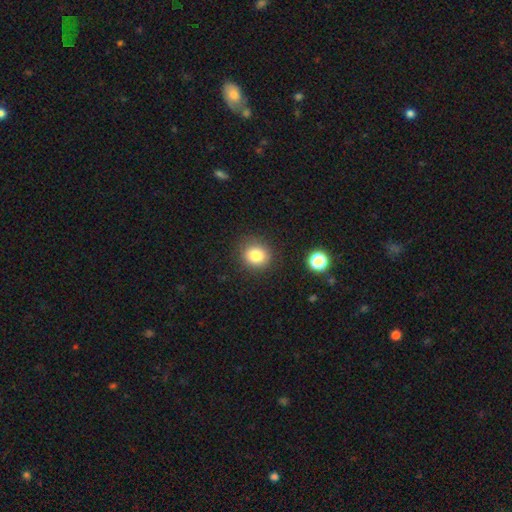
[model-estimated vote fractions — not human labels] The model was most divided on "how rounded": round: 80%, in between: 19%, cigar-shaped: 1%. More confident: merging — none (86%); smooth or featured — smooth (82%).